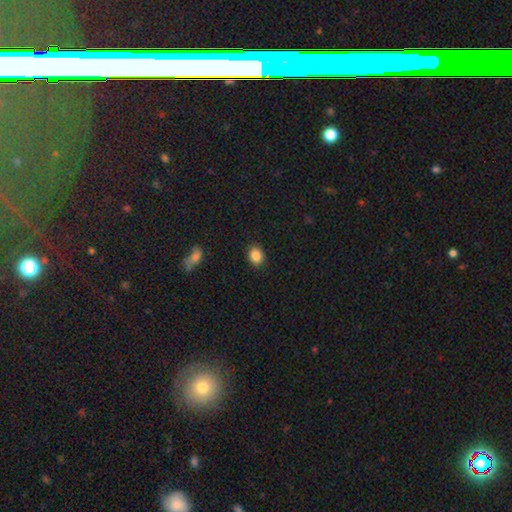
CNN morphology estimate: A smooth galaxy with no disk features (86%) that is in between round and cigar-shaped (52%). Merging: none (89%).